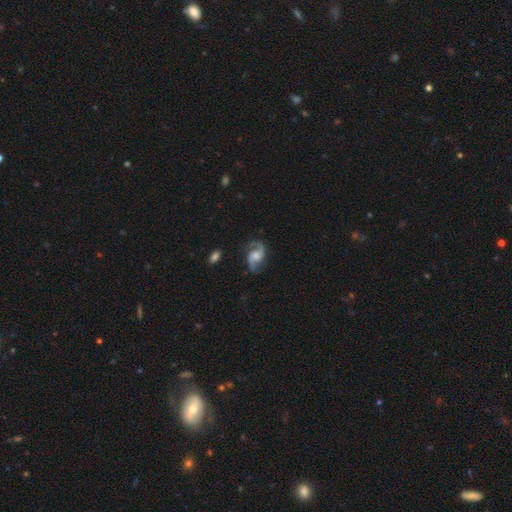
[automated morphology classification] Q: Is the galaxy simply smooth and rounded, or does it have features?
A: featured or disk — 88%.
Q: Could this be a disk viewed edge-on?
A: no — 98%.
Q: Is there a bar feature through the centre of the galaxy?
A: no — 56%.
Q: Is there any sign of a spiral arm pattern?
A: yes — 97%.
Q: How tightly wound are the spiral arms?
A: loose — 45%, tied with medium.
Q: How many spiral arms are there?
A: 2 — 92%.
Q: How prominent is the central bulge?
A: moderate — 41%.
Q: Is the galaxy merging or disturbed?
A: none — 74%.